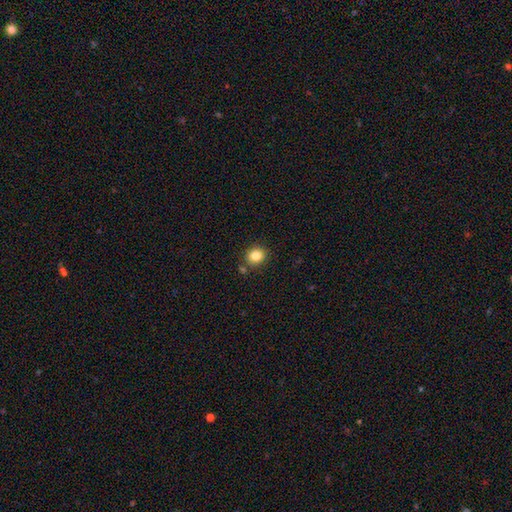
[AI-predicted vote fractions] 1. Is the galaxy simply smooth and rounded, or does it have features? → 84% smooth, 11% star or artifact, 6% featured or disk.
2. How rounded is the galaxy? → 76% round, 23% in between, 1% cigar-shaped.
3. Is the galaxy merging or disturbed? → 83% none, 10% minor disturbance, 5% merger, 3% major disturbance.